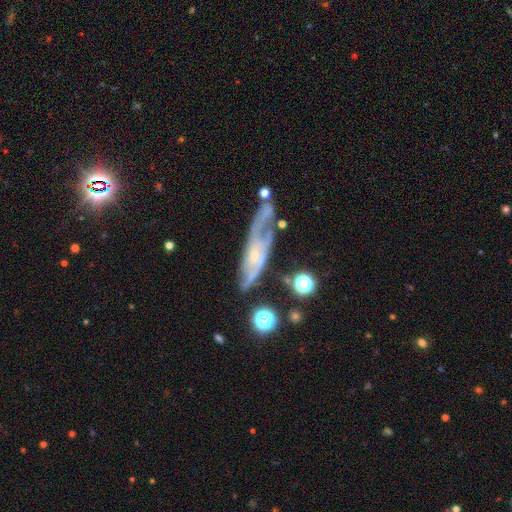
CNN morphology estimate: type=featured or disk (78%); edge-on=no (77%); bar=no (65%); spiral arms=yes (87%); winding=medium (43%); arm count=2 (45%); bulge=small (75%); merging=none (53%).